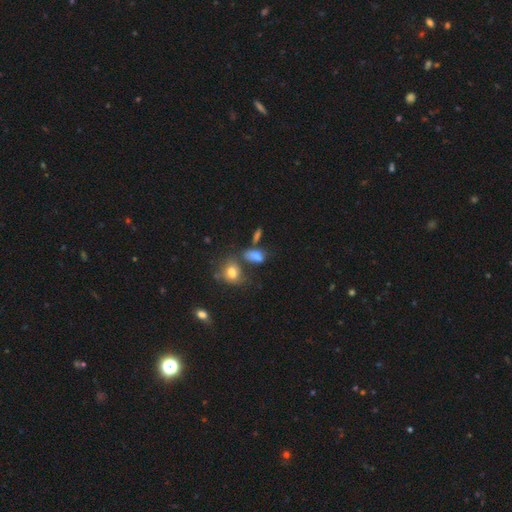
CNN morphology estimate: Overall: smooth (73%). How rounded: in between (84%). Merging: none (49%; merger 21%).